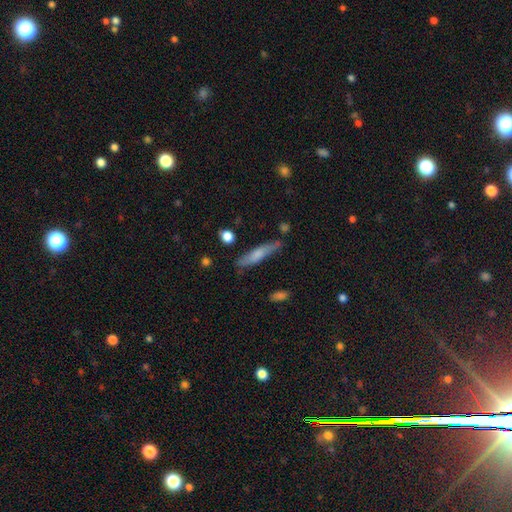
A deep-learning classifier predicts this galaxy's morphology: Smooth or featured?
  - smooth: 57% *
  - featured or disk: 36%
  - star or artifact: 7%
How rounded?
  - cigar-shaped: 87% *
  - in between: 11%
  - round: 2%
Merging?
  - none: 79% *
  - minor disturbance: 14%
  - major disturbance: 3%
  - merger: 3%